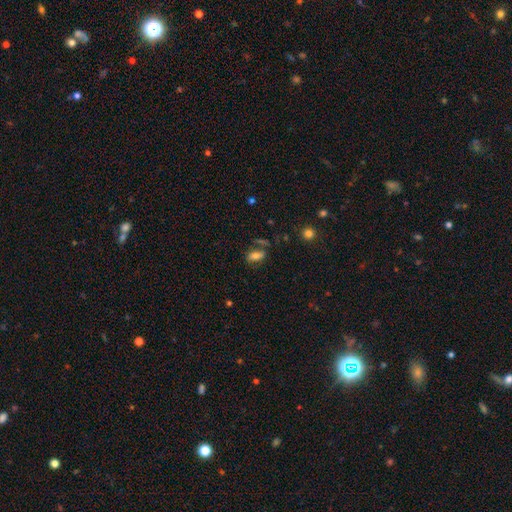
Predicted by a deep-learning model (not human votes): Q: Smooth or featured?
A: smooth (68%); runner-up: featured or disk (21%)
Q: How rounded?
A: in between (80%); runner-up: cigar-shaped (14%)
Q: Merging?
A: none (61%); runner-up: minor disturbance (19%)